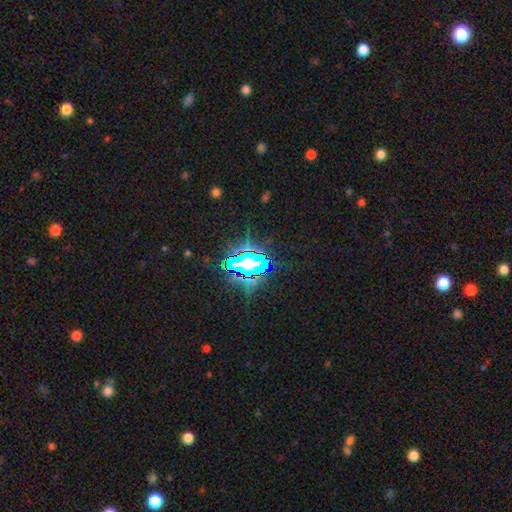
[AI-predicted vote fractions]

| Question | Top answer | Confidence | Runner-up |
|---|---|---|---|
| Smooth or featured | star or artifact | 79% | smooth (13%) |